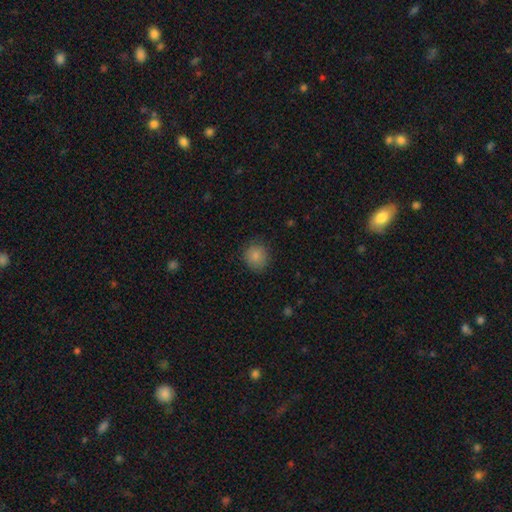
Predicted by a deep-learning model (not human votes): A smooth galaxy with no disk features (84%) that is round (85%). Merging: none (83%).